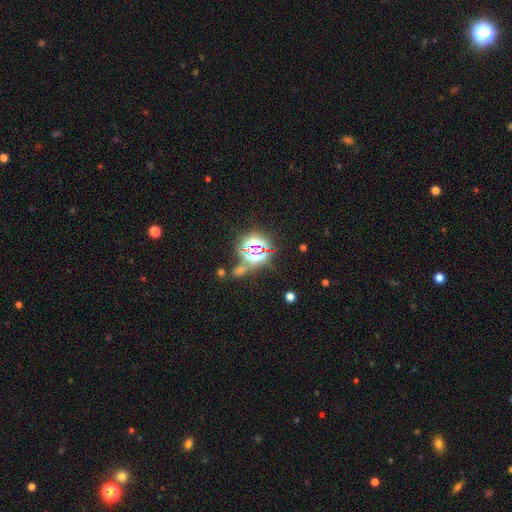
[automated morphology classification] The model was most divided on "smooth or featured": star or artifact: 79%, smooth: 14%, featured or disk: 7%.